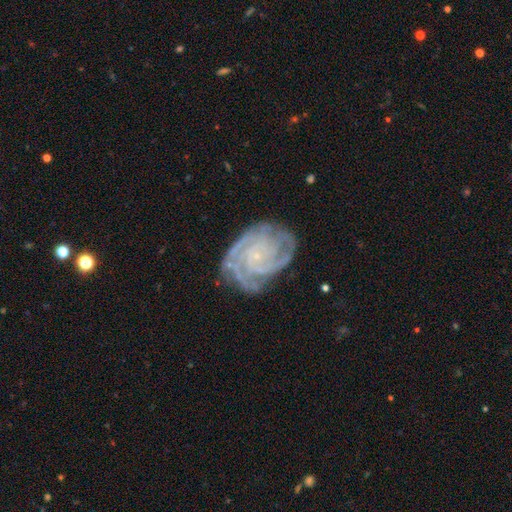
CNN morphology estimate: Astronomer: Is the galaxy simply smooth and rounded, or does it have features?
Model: featured or disk — 87%.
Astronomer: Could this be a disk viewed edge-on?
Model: no — 97%.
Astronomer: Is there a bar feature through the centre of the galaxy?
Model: no — 75%.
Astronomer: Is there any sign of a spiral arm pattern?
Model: yes — 97%.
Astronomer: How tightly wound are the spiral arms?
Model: tight — 75%.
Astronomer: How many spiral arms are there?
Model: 3 — 27% (runner-up: 4, 23%).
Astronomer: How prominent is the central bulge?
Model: small — 84%.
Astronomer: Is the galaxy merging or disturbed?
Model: none — 72%.